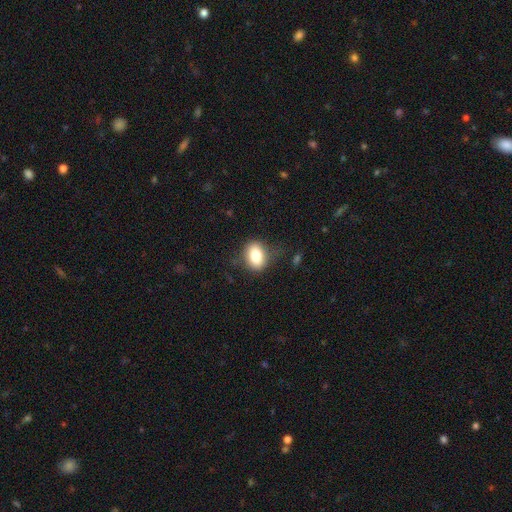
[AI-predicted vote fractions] Smooth or featured? smooth (80%)
How rounded? in between (69%)
Merging? none (74%)